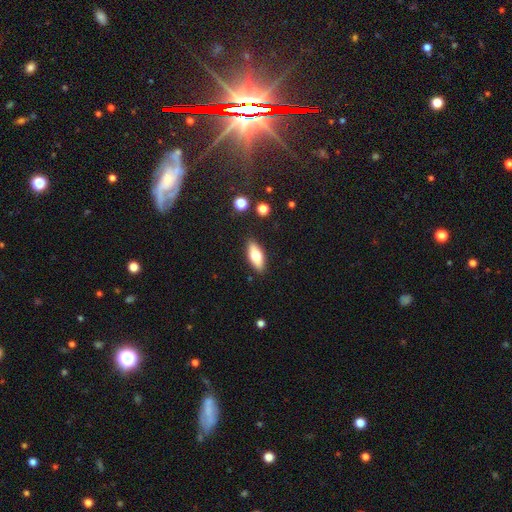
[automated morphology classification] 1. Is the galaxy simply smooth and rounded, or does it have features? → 69% smooth, 24% featured or disk, 7% star or artifact.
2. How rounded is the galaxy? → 74% in between, 23% cigar-shaped, 3% round.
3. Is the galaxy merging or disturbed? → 87% none, 9% minor disturbance, 2% major disturbance, 1% merger.